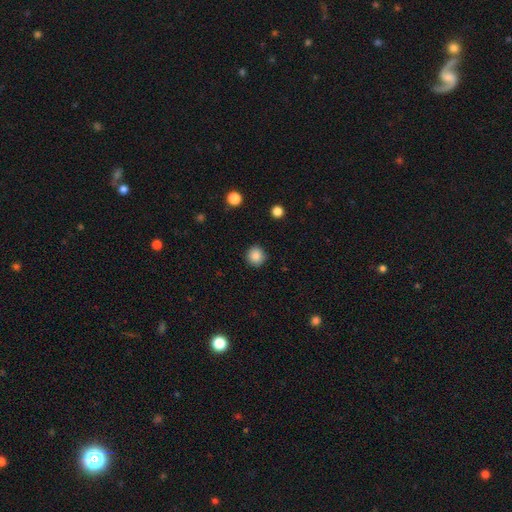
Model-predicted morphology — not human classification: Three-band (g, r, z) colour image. It shows a smooth galaxy with no disk features (87%) that is round (93%). Merging: none (90%).